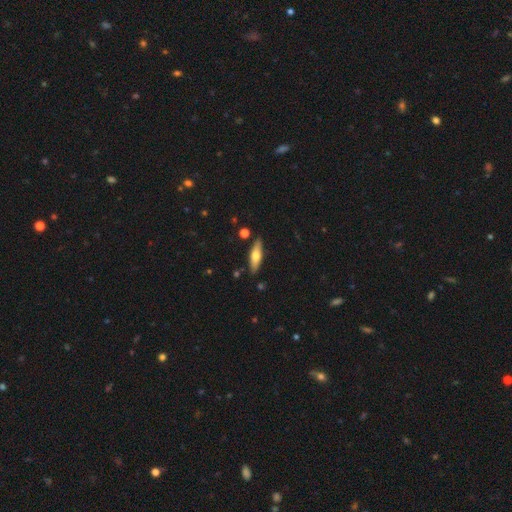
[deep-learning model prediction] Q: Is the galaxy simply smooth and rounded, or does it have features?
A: smooth — 54%.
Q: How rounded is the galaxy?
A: cigar-shaped — 59%.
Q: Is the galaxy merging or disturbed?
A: none — 87%.